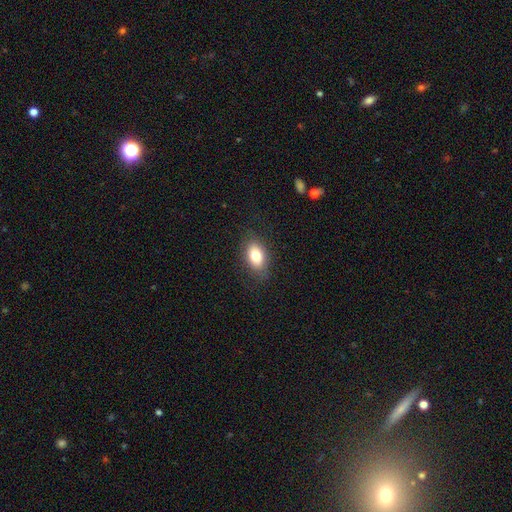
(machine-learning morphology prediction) Overall: smooth (80%). How rounded: in between (89%). Merging: none (83%).